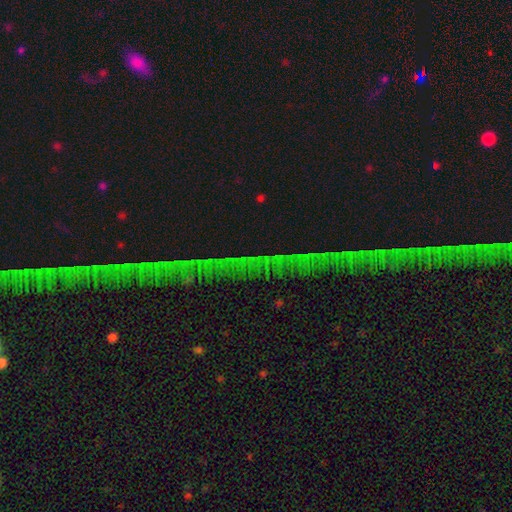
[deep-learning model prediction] smooth-or-featured: star or artifact: 76% | featured or disk: 14% | smooth: 10%